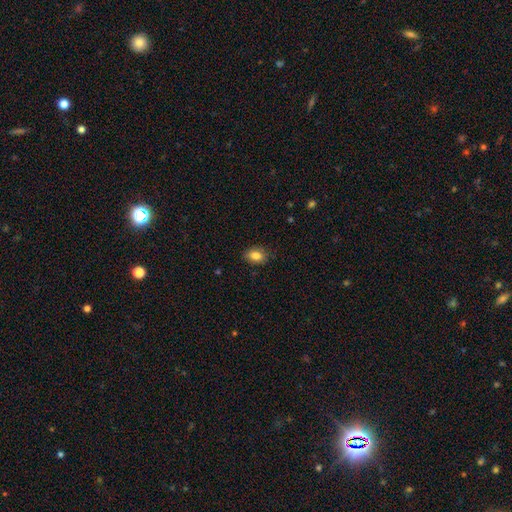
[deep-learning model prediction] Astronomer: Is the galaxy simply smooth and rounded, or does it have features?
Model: smooth — 85%.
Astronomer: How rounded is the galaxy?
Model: in between — 84%.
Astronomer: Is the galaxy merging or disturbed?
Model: none — 85%.